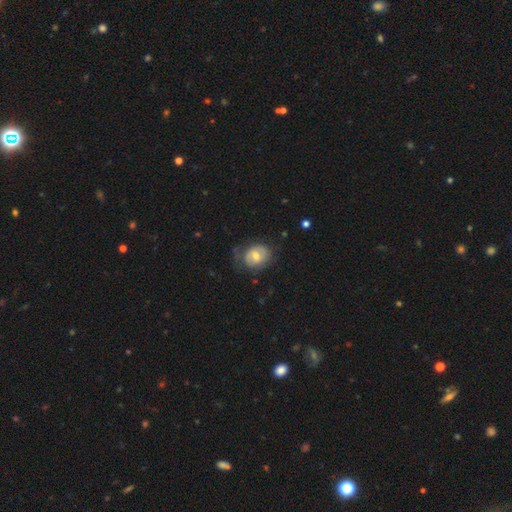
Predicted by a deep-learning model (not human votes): Smooth or featured? Predicted: featured or disk (p=0.47). Merging? Predicted: none (p=0.57).